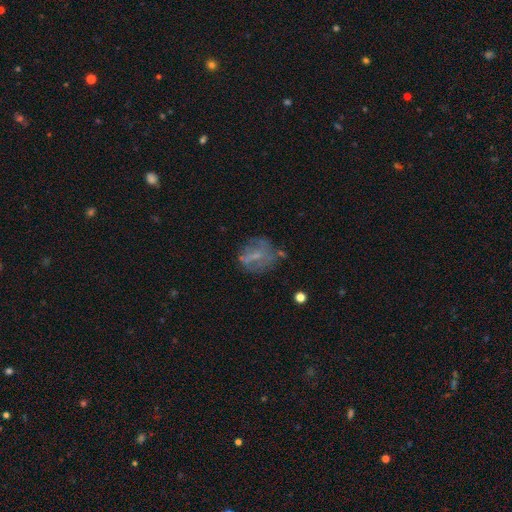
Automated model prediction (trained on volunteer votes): featured or disk 46%, smooth 40%, star or artifact 14%. Down the decision tree: merging — none (54%).